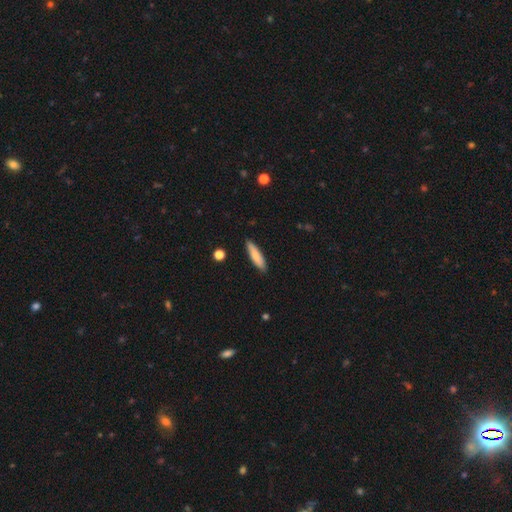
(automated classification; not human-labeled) Smooth or featured? Predicted: smooth (p=0.80). How rounded? Predicted: cigar-shaped (p=0.75). Merging? Predicted: none (p=0.88).